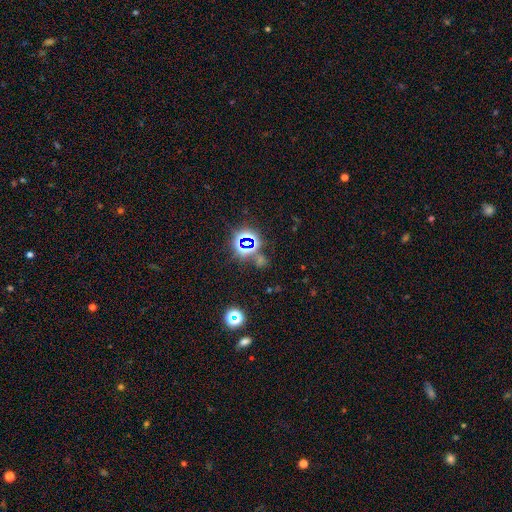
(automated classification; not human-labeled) Morphology: type=star or artifact (76%).